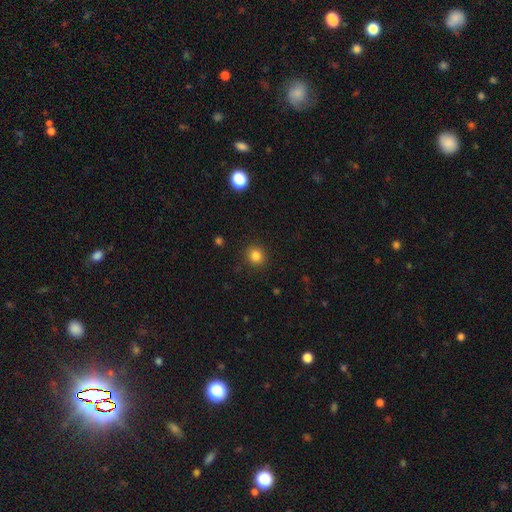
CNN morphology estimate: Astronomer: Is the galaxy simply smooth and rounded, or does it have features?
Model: smooth — 83%.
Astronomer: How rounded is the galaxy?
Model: round — 88%.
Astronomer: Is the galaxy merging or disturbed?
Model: none — 90%.